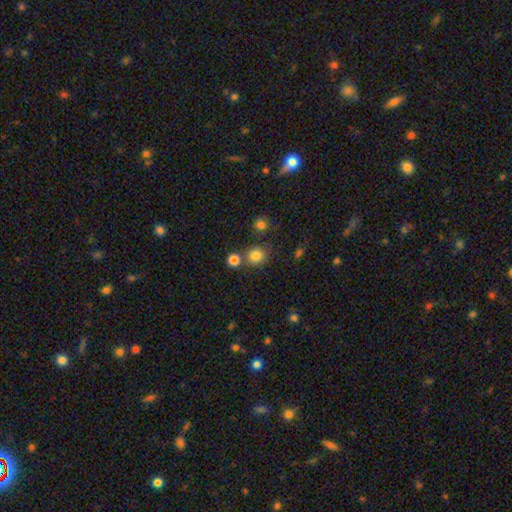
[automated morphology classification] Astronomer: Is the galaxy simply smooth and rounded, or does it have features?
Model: smooth — 81%.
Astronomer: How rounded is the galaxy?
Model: round — 83%.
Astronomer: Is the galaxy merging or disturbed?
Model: none — 71%.